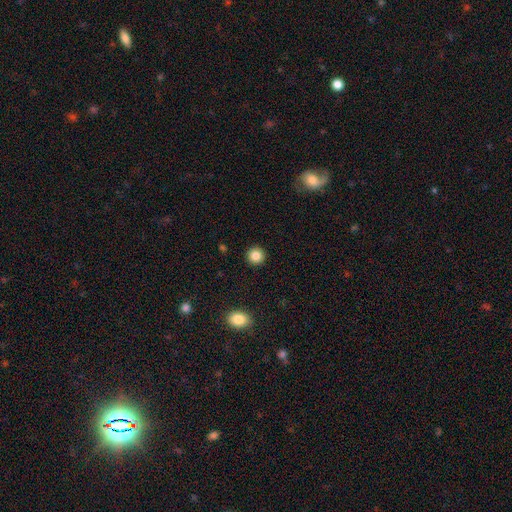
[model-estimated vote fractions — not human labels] Overall: smooth (85%). How rounded: round (95%). Merging: none (93%).